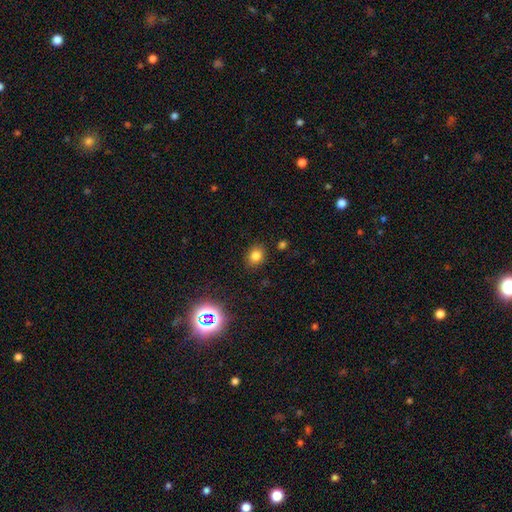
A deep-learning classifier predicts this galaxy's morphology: smooth 79%, star or artifact 15%, featured or disk 6%. Down the decision tree: how rounded — round (58%); merging — none (86%).